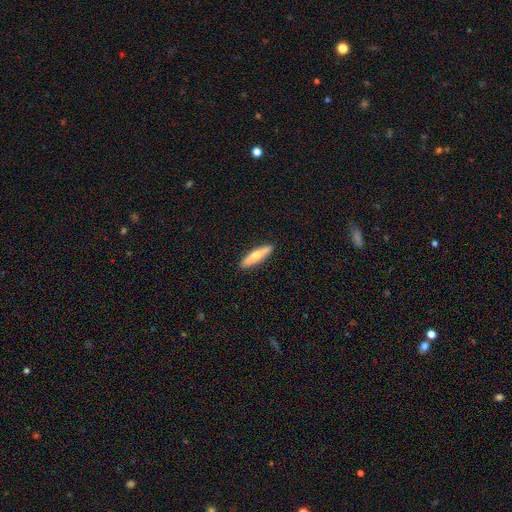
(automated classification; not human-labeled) Smooth or featured: smooth — 48% (featured or disk — 47%)
Merging: none — 91% (minor disturbance — 6%)